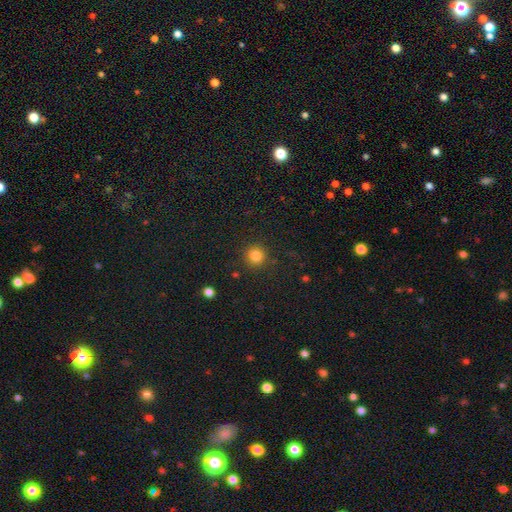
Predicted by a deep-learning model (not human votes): A smooth galaxy with no disk features (83%) that is round (93%). Merging: none (90%).